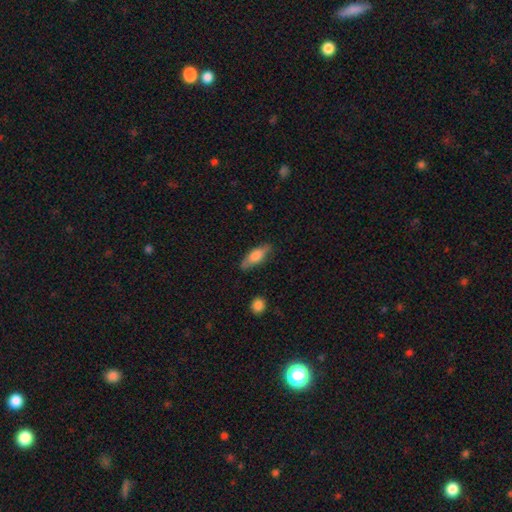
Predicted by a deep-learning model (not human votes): Smooth or featured? smooth (72%)
How rounded? in between (63%)
Merging? none (78%)